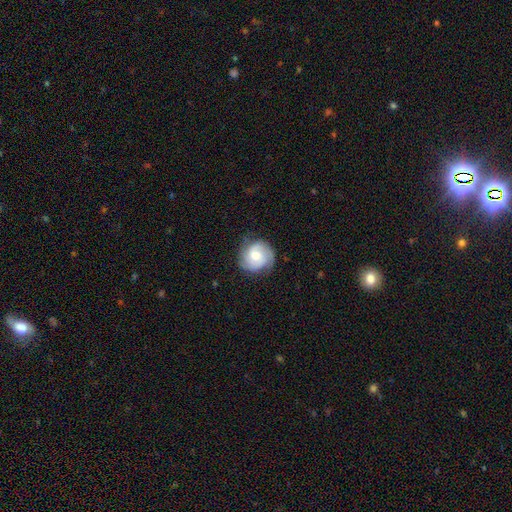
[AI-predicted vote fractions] Smooth or featured?
  - featured or disk: 66% *
  - smooth: 27%
  - star or artifact: 7%
Edge-on disk?
  - no: 98% *
  - yes: 2%
Bar?
  - no: 68% *
  - weak: 27%
  - strong: 5%
Spiral arms?
  - yes: 93% *
  - no: 7%
Spiral winding?
  - tight: 52% *
  - medium: 36%
  - loose: 11%
Spiral arm count?
  - 2: 52% *
  - 3: 20%
  - can't tell: 16%
  - 1: 5%
  - 4: 3%
  - more than 4: 3%
Bulge size?
  - moderate: 63% *
  - small: 27%
  - large: 7%
  - none: 2%
  - dominant: 1%
Merging?
  - none: 77% *
  - minor disturbance: 17%
  - major disturbance: 5%
  - merger: 1%